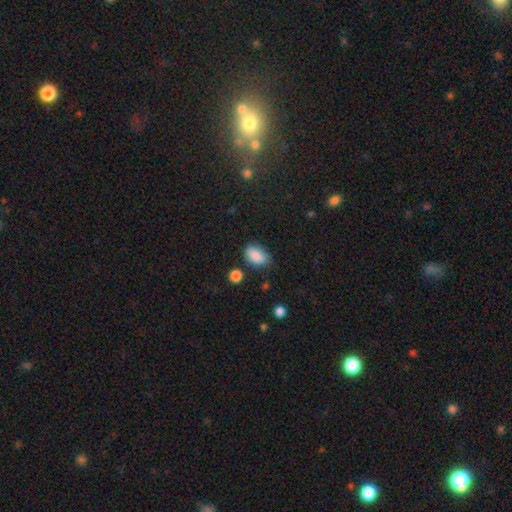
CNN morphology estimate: The model was most divided on "merging": none: 70%, minor disturbance: 22%, major disturbance: 4%, merger: 4%. More confident: how rounded — in between (88%); smooth or featured — smooth (87%).